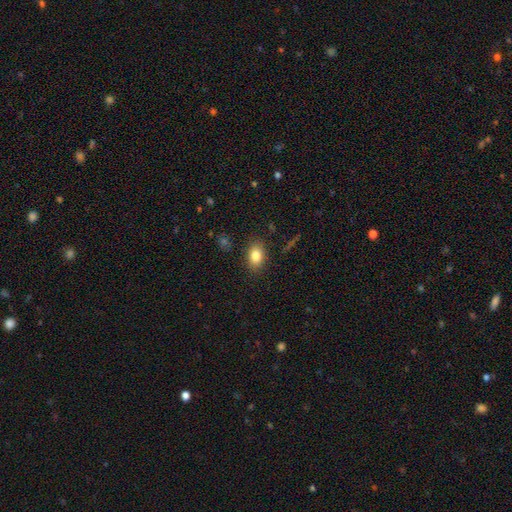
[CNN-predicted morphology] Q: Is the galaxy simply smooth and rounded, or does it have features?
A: smooth — 83%.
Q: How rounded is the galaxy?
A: in between — 80%.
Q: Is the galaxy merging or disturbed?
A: none — 85%.